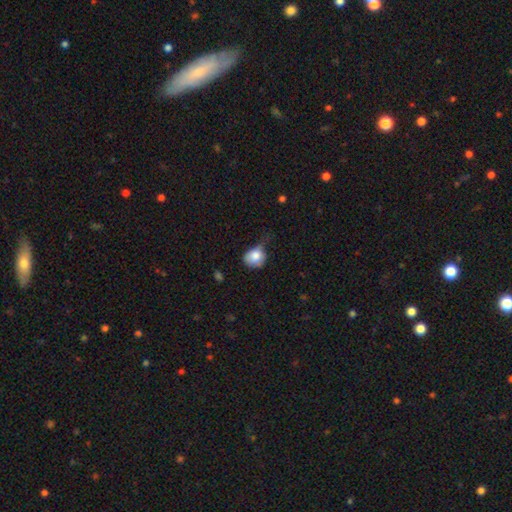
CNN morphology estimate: Smooth or featured? Predicted: smooth (p=0.79). How rounded? Predicted: round (p=0.65). Merging? Predicted: minor disturbance (p=0.44).